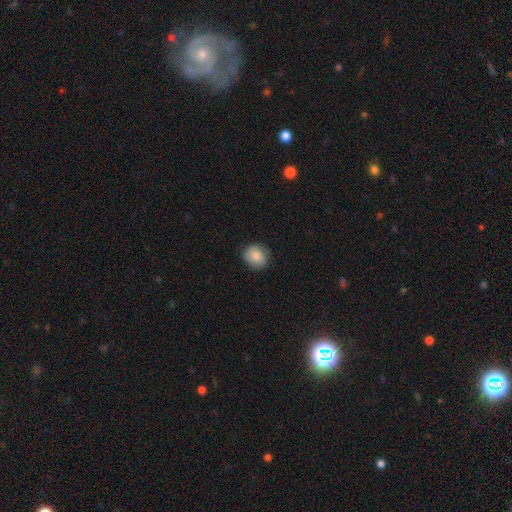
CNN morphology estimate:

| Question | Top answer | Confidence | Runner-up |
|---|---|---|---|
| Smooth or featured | smooth | 84% | featured or disk (9%) |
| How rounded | round | 76% | in between (23%) |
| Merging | none | 82% | minor disturbance (14%) |